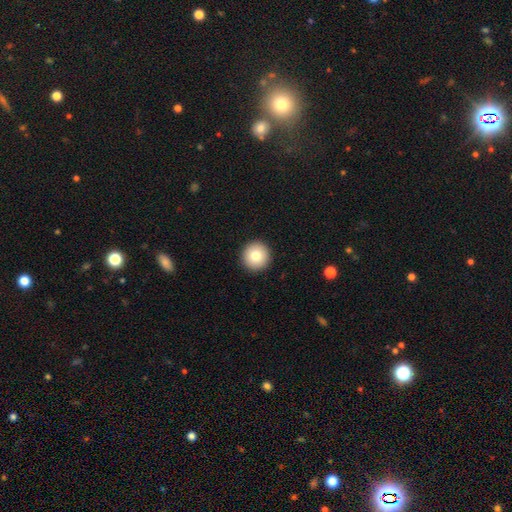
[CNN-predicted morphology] smooth 80%, featured or disk 11%, star or artifact 9%. Down the decision tree: how rounded — round (96%); merging — none (93%).